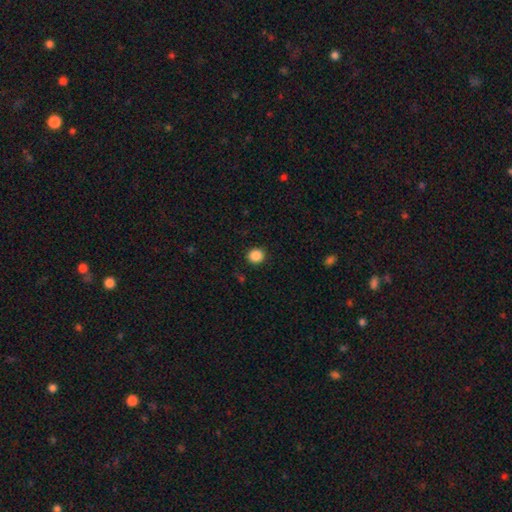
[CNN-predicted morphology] A smooth galaxy with no disk features (88%) that is round (86%). Merging: none (92%).